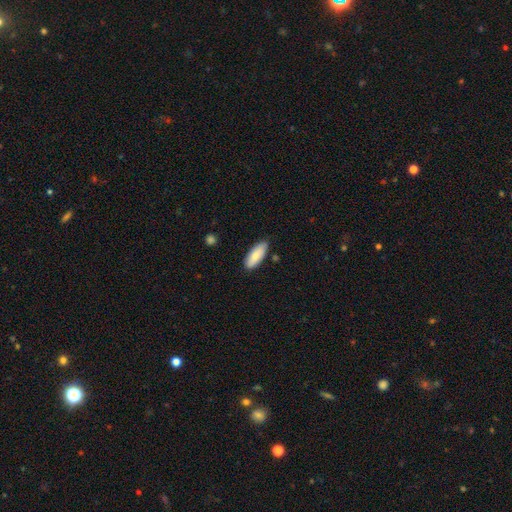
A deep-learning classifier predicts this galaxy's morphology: This appears to be a smooth galaxy with no disk features (80%) that is in between round and cigar-shaped (83%). Merging: none (80%).